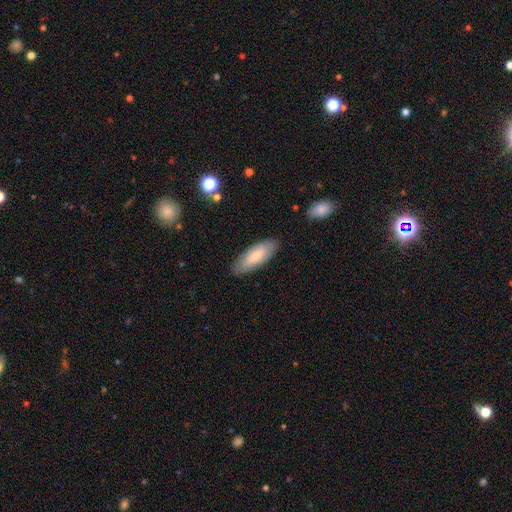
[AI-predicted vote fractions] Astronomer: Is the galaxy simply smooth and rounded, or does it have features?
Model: smooth — 70%.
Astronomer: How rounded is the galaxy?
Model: in between — 72%.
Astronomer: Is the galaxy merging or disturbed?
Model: none — 86%.